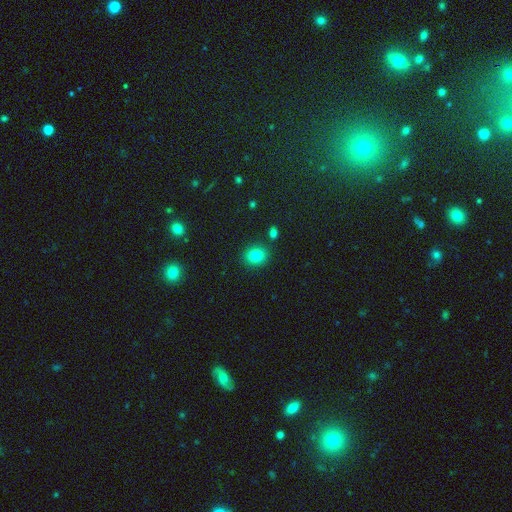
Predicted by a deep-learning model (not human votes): Smooth or featured? Predicted: smooth (p=0.82). How rounded? Predicted: round (p=0.64). Merging? Predicted: none (p=0.86).